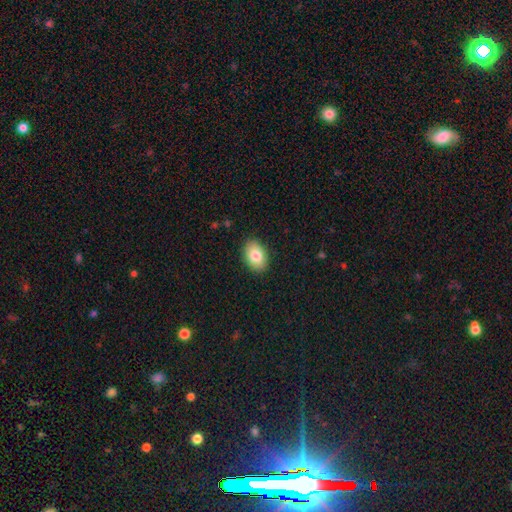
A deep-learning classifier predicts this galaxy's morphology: Smooth or featured? Predicted: smooth (p=0.82). How rounded? Predicted: in between (p=0.85). Merging? Predicted: none (p=0.88).